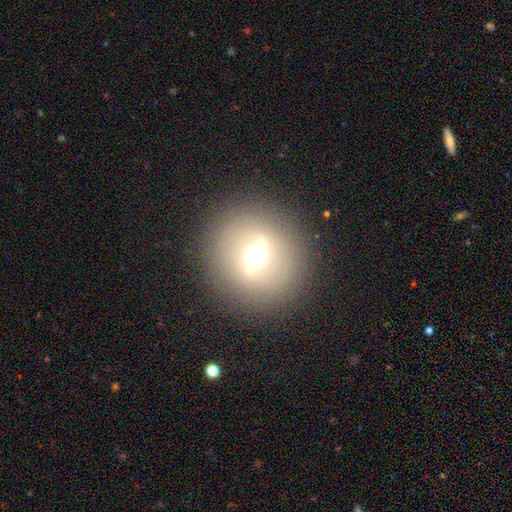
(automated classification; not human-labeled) The model was most divided on "edge-on disk": no: 51%, yes: 49%. More confident: merging — none (85%); smooth or featured — featured or disk (57%).